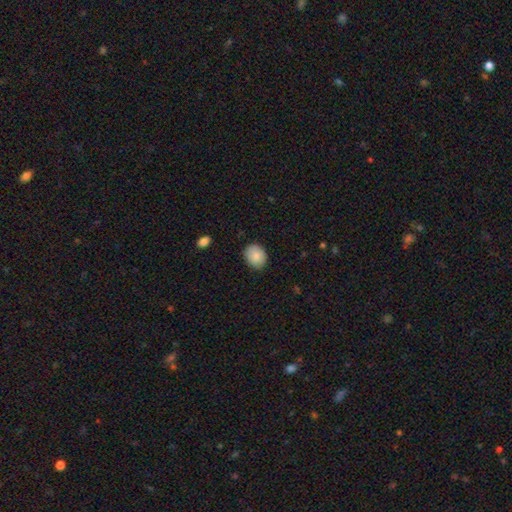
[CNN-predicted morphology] Overall: smooth (87%). How rounded: round (50%; in between 49%). Merging: none (86%).